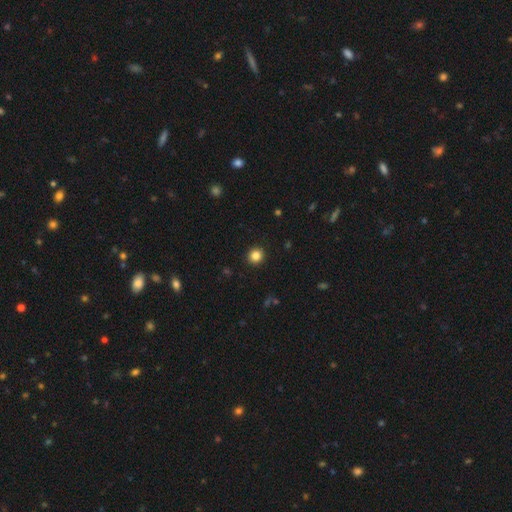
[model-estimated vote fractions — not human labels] Smooth or featured?
  - smooth: 85% *
  - star or artifact: 11%
  - featured or disk: 4%
How rounded?
  - round: 93% *
  - in between: 6%
  - cigar-shaped: 1%
Merging?
  - none: 93% *
  - minor disturbance: 4%
  - major disturbance: 2%
  - merger: 1%